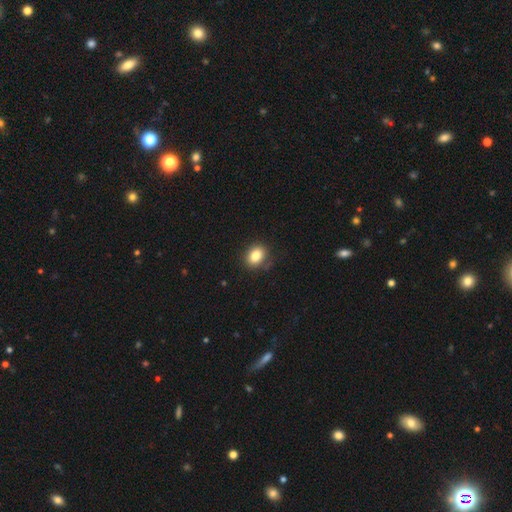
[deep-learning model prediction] smooth_or_featured: smooth (p=0.84) [alt: star or artifact p=0.10]
how_rounded: in between (p=0.57) [alt: round p=0.42]
merging: none (p=0.81) [alt: minor disturbance p=0.14]